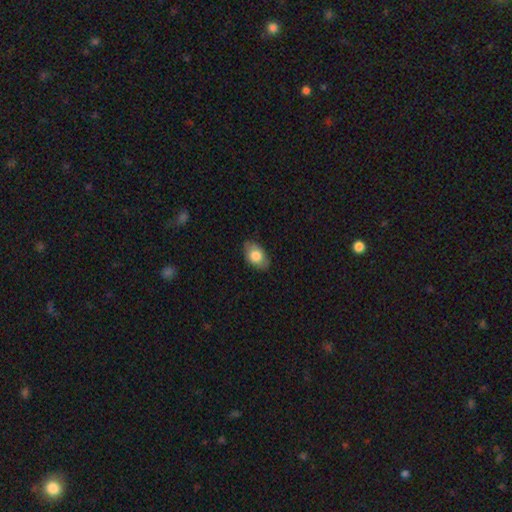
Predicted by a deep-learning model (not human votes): Morphology: type=smooth (77%); roundness=in between (87%); merging=none (78%).